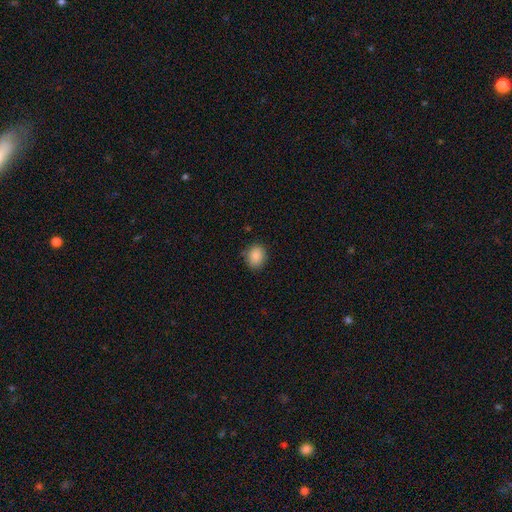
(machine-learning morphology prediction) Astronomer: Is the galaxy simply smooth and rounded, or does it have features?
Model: smooth — 88%.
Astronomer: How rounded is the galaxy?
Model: round — 57% (runner-up: in between, 42%).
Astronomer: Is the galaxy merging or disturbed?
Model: none — 84%.